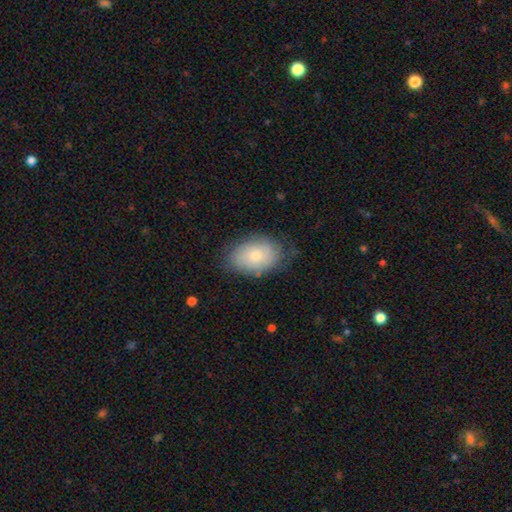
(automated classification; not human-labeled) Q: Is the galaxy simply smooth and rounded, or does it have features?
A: smooth — 70%.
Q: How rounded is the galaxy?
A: in between — 86%.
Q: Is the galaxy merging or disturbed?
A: none — 71%.